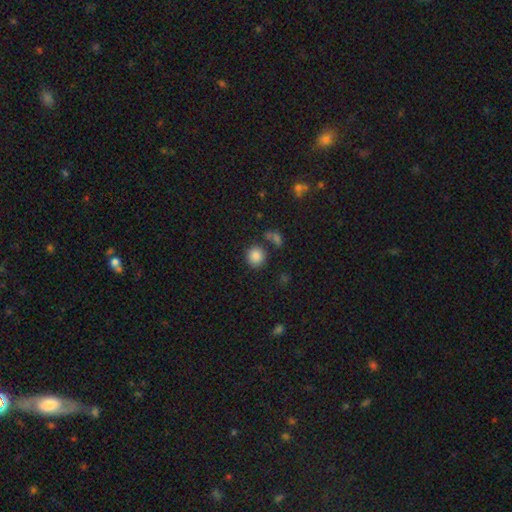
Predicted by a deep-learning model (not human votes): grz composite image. It shows a smooth galaxy with no disk features (86%) that is round (88%). Merging: none (76%).